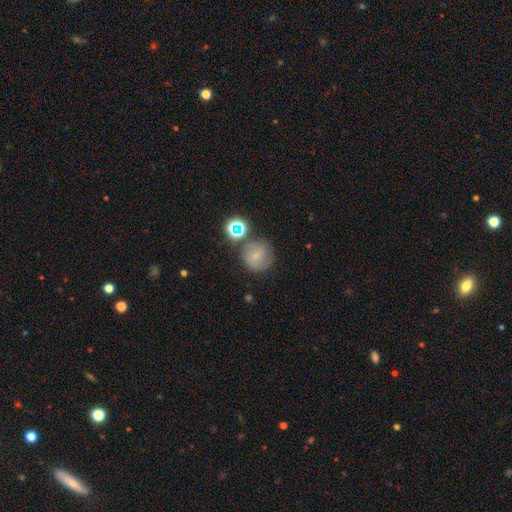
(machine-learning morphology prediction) The model was most divided on "smooth or featured": smooth: 54%, featured or disk: 30%, star or artifact: 16%. More confident: how rounded — round (91%); merging — none (67%).